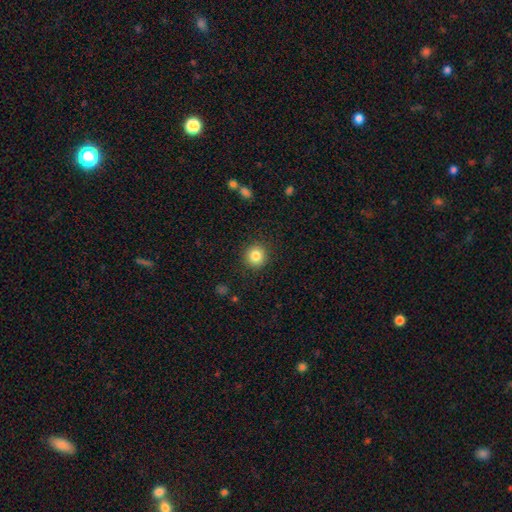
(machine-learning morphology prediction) Smooth or featured? Predicted: smooth (p=0.84). How rounded? Predicted: round (p=0.92). Merging? Predicted: none (p=0.90).